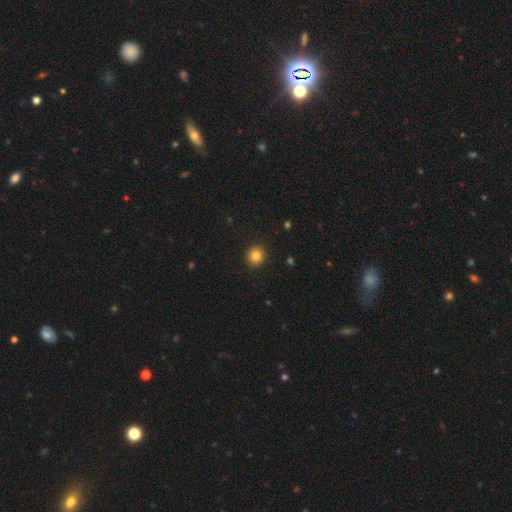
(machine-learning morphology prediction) This is clearly a smooth galaxy (85%). How rounded: clearly round (88%). Merging: clearly none (92%).